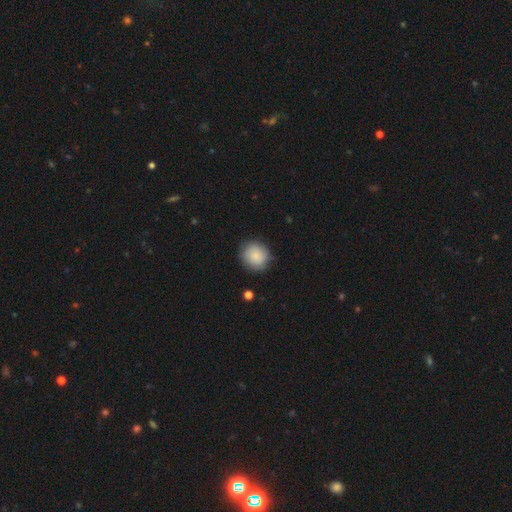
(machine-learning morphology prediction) A smooth galaxy with no disk features (86%) that is round (85%).

Vote fractions:
- Smooth or featured? smooth: 86% / featured or disk: 7% / star or artifact: 7%
- How rounded? round: 85% / in between: 15% / cigar-shaped: 1%
- Merging? none: 83% / minor disturbance: 13% / major disturbance: 3% / merger: 1%